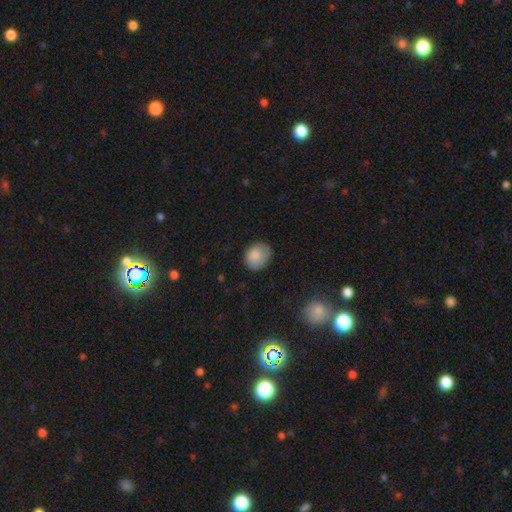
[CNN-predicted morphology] Smooth or featured? smooth (86%)
How rounded? round (57%)
Merging? none (73%)